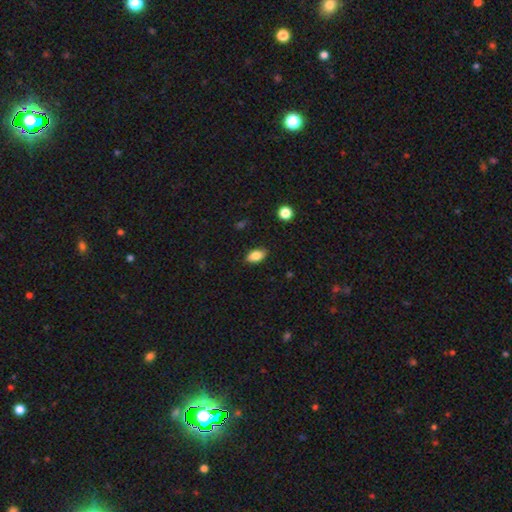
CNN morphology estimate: The model was most divided on "smooth or featured": smooth: 82%, featured or disk: 10%, star or artifact: 8%. More confident: how rounded — in between (90%); merging — none (87%).